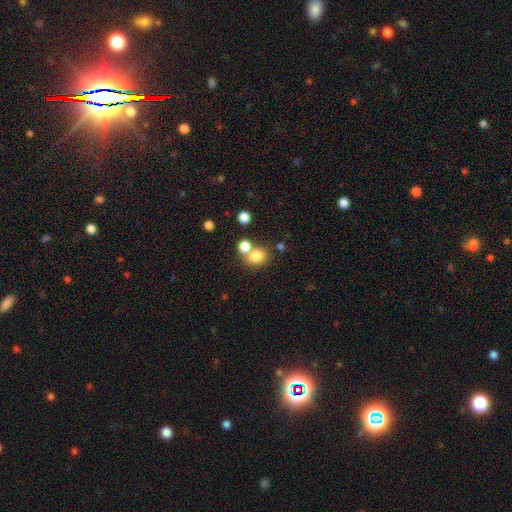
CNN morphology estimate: Smooth or featured? smooth (79%)
How rounded? round (70%)
Merging? none (57%)